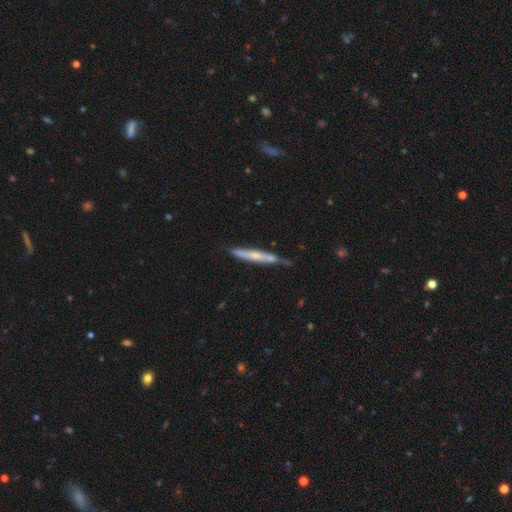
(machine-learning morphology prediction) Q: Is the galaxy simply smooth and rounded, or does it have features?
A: featured or disk — 51%.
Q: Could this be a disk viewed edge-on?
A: yes — 89%.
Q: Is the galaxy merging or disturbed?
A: none — 62%.